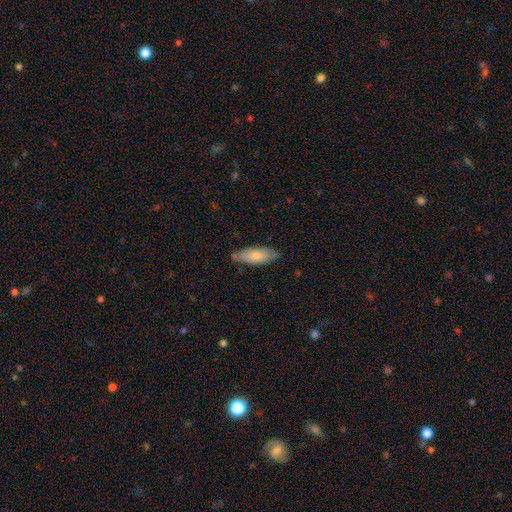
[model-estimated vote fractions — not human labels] The model was most divided on "how rounded": in between: 69%, cigar-shaped: 29%, round: 2%. More confident: merging — none (75%); smooth or featured — smooth (71%).